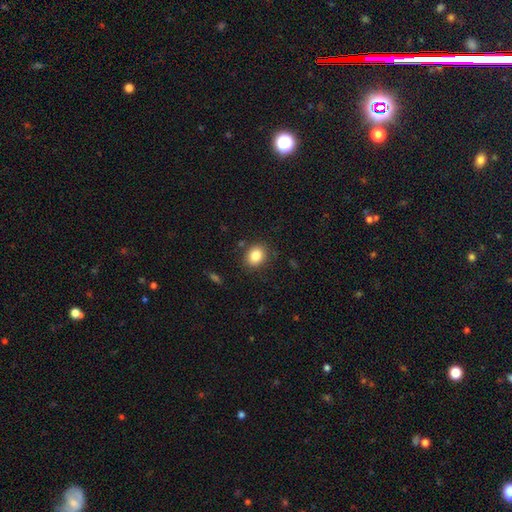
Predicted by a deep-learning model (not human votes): Smooth or featured? Predicted: smooth (p=0.84). How rounded? Predicted: round (p=0.54). Merging? Predicted: none (p=0.85).